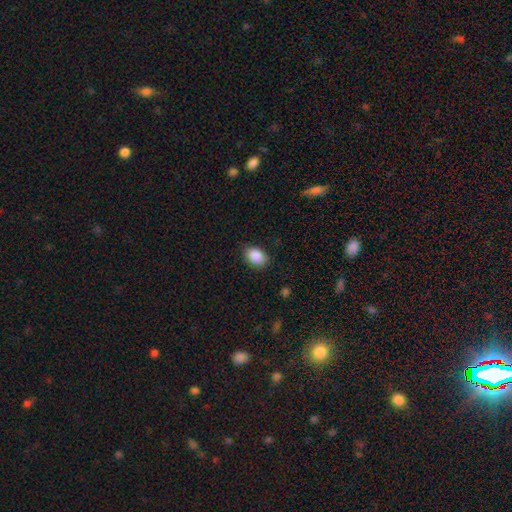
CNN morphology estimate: type=smooth (88%); roundness=in between (81%); merging=none (83%).